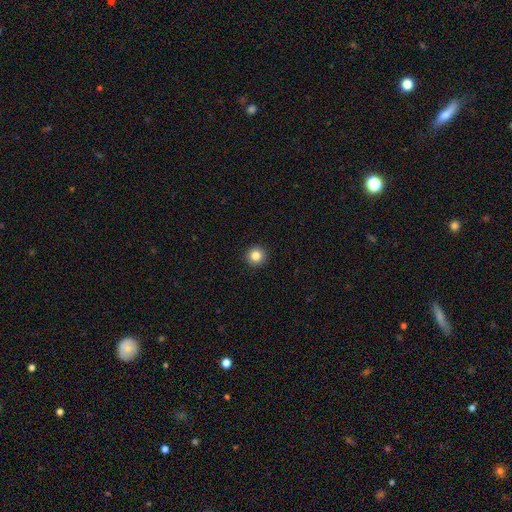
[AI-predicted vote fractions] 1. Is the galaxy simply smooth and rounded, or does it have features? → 85% smooth, 10% star or artifact, 5% featured or disk.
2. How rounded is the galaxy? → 96% round, 3% in between, 1% cigar-shaped.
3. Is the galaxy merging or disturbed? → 94% none, 4% minor disturbance, 1% major disturbance, 1% merger.